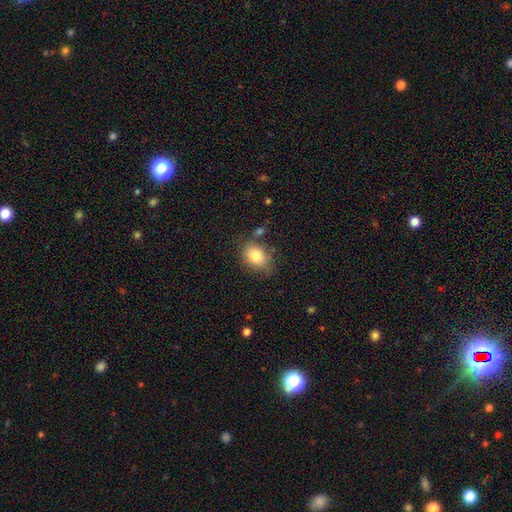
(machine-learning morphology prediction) Q: Smooth or featured?
A: smooth (82%); runner-up: featured or disk (9%)
Q: How rounded?
A: in between (72%); runner-up: round (26%)
Q: Merging?
A: none (65%); runner-up: minor disturbance (22%)